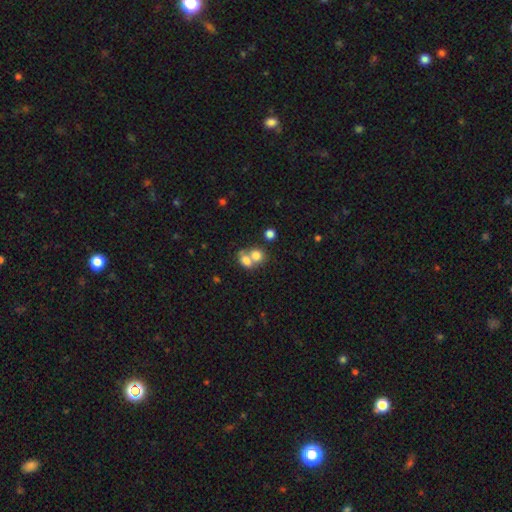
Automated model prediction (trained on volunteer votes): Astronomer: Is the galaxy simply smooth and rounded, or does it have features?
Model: smooth — 73%.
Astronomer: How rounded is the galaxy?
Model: round — 54% (runner-up: in between, 44%).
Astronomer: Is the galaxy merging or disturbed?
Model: merger — 64%.